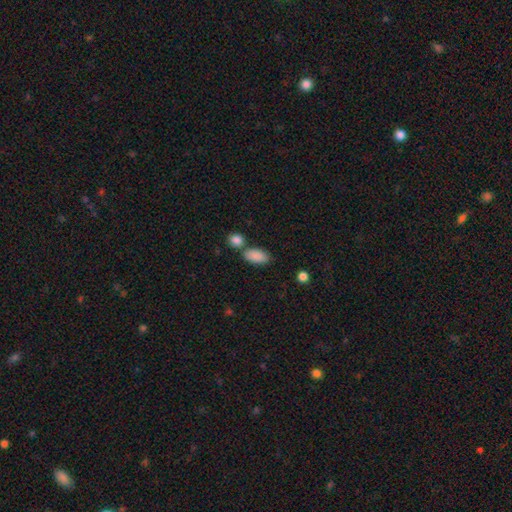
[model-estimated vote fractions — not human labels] The model was most divided on "merging": none: 63%, merger: 19%, minor disturbance: 13%, major disturbance: 4%. More confident: how rounded — in between (92%); smooth or featured — smooth (88%).